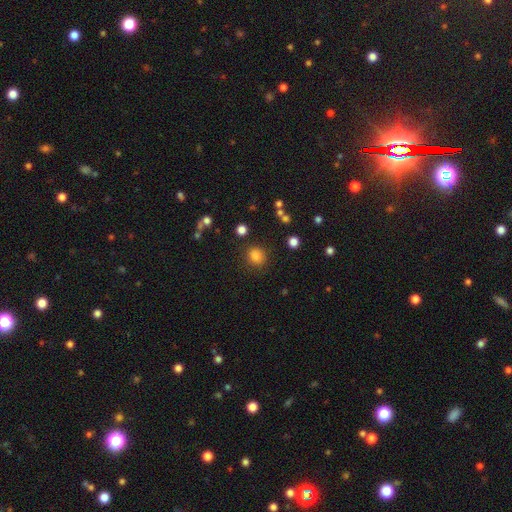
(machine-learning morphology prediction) This is clearly a smooth galaxy (83%). How rounded: likely round (78%). Merging: clearly none (85%).